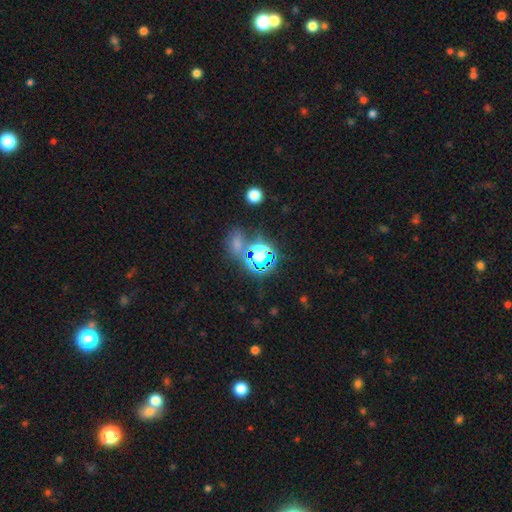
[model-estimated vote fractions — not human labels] smooth-or-featured: star or artifact: 59% | smooth: 31% | featured or disk: 10%